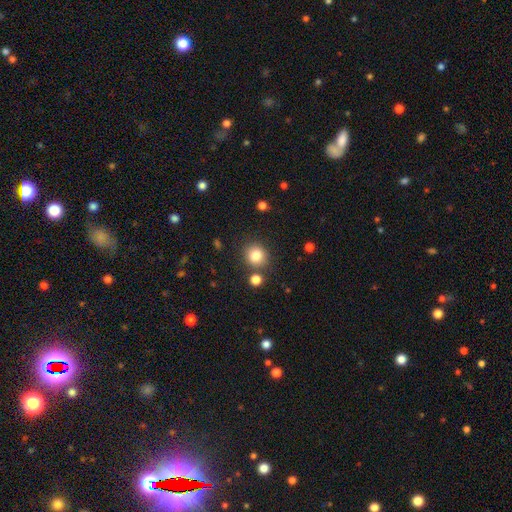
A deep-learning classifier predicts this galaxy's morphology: This is clearly a smooth galaxy (82%). How rounded: clearly round (82%). Merging: clearly none (80%).